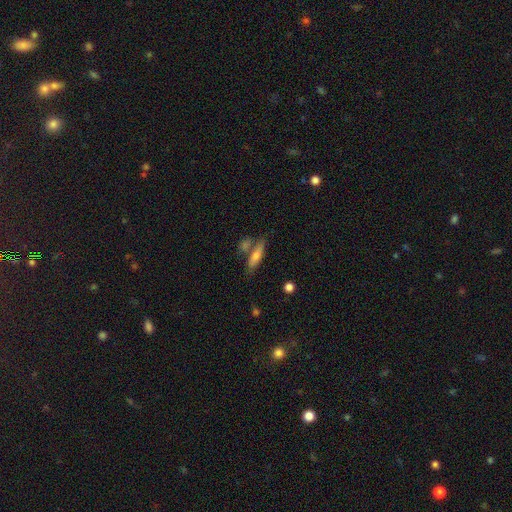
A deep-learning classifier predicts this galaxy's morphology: smooth-or-featured: smooth: 61% | featured or disk: 30% | star or artifact: 8%
  how-rounded: cigar-shaped: 65% | in between: 32% | round: 3%
  merging: none: 60% | merger: 22% | minor disturbance: 13% | major disturbance: 5%